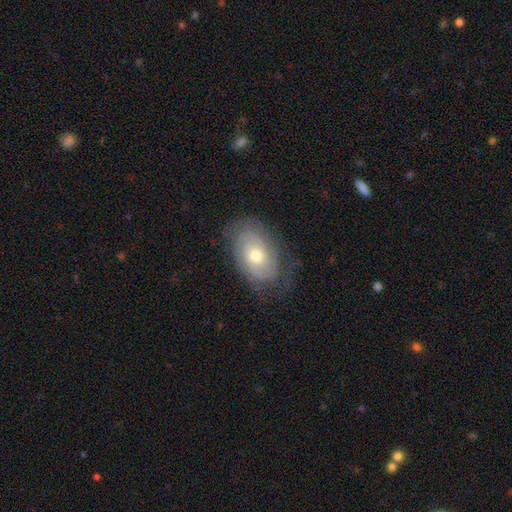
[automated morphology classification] This is likely a featured or disk galaxy (65%). It is clearly not viewed edge-on (94%). Bar: likely no (78%). Spiral arm pattern: clearly yes (82%). Central bulge: likely moderate (66%). Merging: likely none (70%).